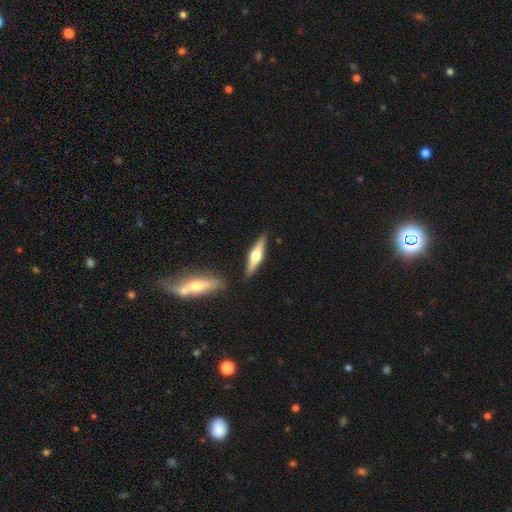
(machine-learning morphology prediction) Overall: featured or disk (60%; smooth 35%). Edge-on disk: yes (96%). Edge-on bulge: rounded (93%). Merging: none (85%).